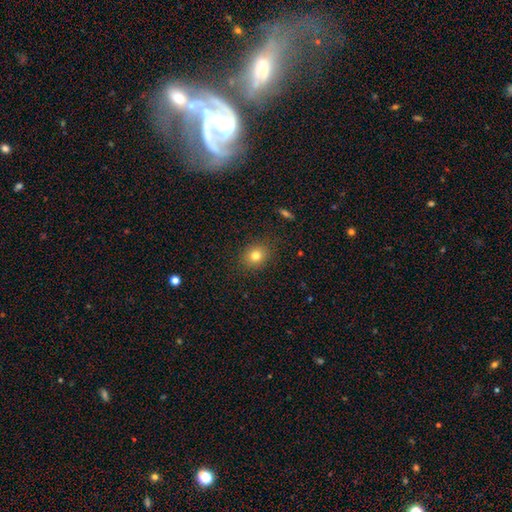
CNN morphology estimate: A smooth galaxy with no disk features (79%) that is round (67%). Merging: none (88%).